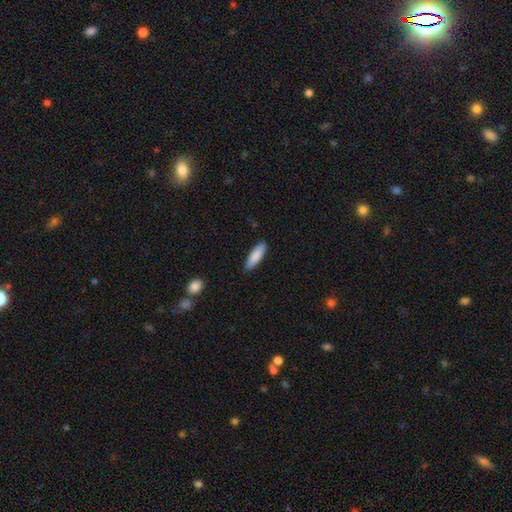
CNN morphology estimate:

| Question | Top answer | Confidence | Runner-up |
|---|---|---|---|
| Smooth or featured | smooth | 87% | featured or disk (8%) |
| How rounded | cigar-shaped | 55% | in between (43%) |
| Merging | none | 88% | minor disturbance (9%) |